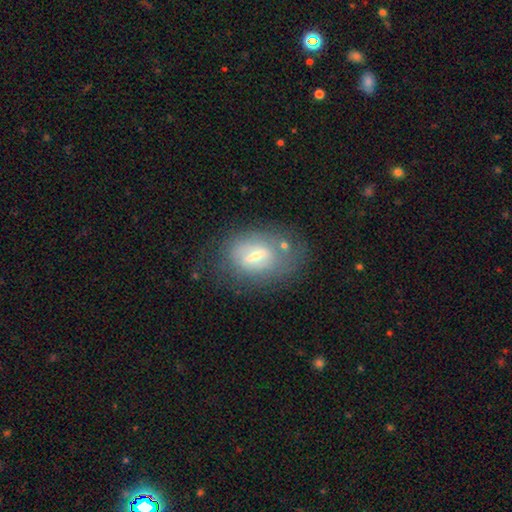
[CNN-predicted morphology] type=featured or disk (59%); edge-on=no (84%); merging=none (59%).